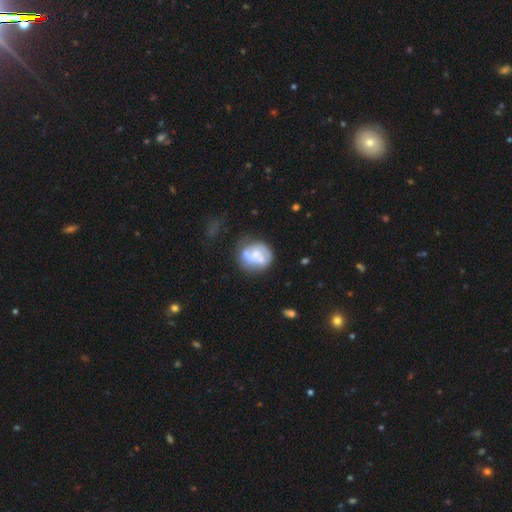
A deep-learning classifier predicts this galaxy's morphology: A featured or disk galaxy (54%) with no bar (74%), no spiral arms (52%) and a small central bulge (41%). Merging: none (45%).